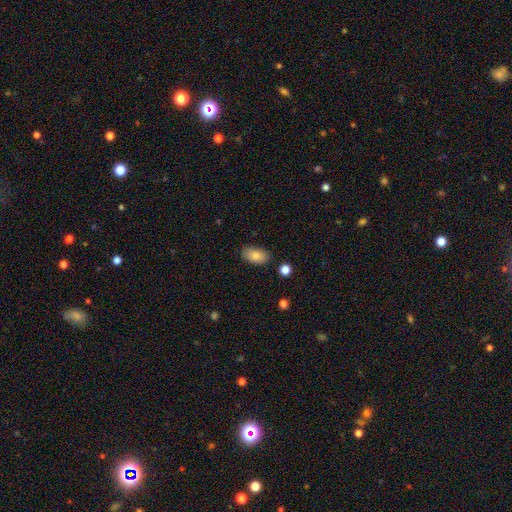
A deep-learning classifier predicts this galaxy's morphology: Smooth or featured: smooth — 82% (featured or disk — 10%)
How rounded: in between — 92% (round — 5%)
Merging: none — 83% (minor disturbance — 13%)